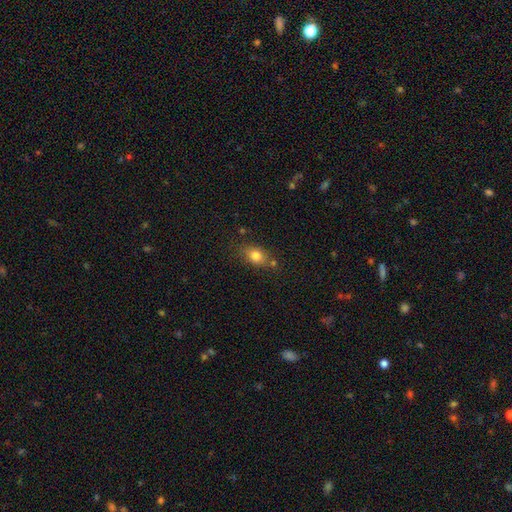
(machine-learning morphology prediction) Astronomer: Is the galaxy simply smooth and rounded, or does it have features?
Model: smooth — 78%.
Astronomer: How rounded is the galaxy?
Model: in between — 69%.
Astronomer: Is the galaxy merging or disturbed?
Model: none — 69%.